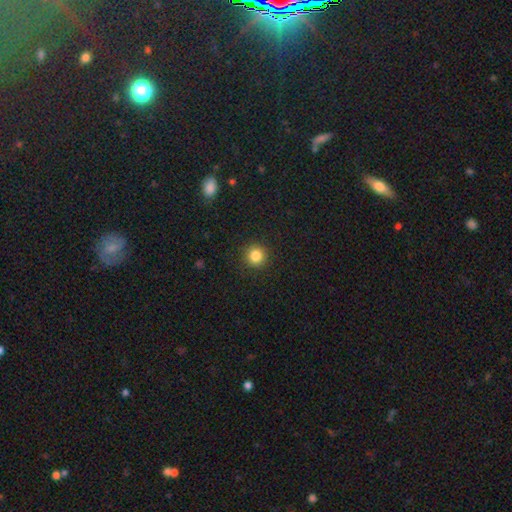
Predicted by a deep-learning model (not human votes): This is clearly a smooth galaxy (84%). How rounded: clearly round (94%). Merging: clearly none (91%).